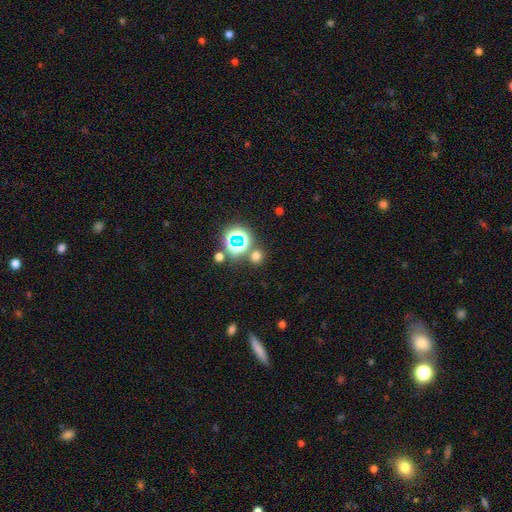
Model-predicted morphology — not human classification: A smooth galaxy with no disk features (60%) that is round (85%).

Vote fractions:
- Smooth or featured? smooth: 60% / star or artifact: 33% / featured or disk: 7%
- How rounded? round: 85% / in between: 14% / cigar-shaped: 1%
- Merging? none: 77% / merger: 12% / minor disturbance: 7% / major disturbance: 4%